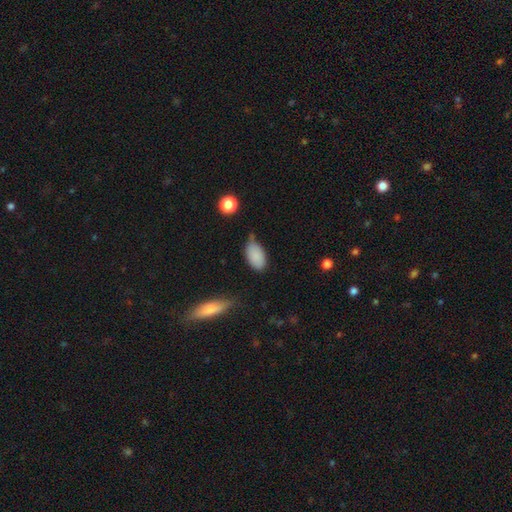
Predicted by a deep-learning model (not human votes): Smooth or featured?
  - smooth: 86% *
  - star or artifact: 7%
  - featured or disk: 7%
How rounded?
  - in between: 94% *
  - round: 4%
  - cigar-shaped: 2%
Merging?
  - none: 52% *
  - minor disturbance: 34%
  - major disturbance: 8%
  - merger: 7%